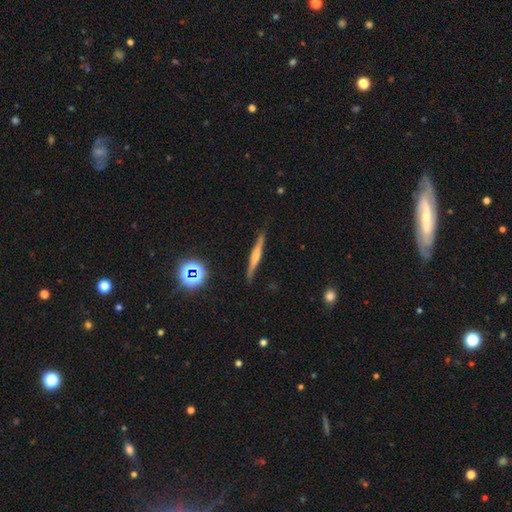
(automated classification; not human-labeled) Morphology: type=featured or disk (57%); edge-on=yes (96%); edge-on bulge=rounded (66%); merging=none (87%).